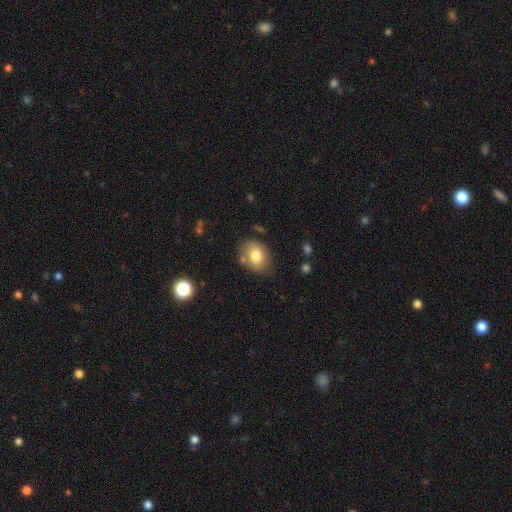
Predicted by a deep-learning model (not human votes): A smooth galaxy with no disk features (77%) that is in between round and cigar-shaped (60%). Merging: none (70%).